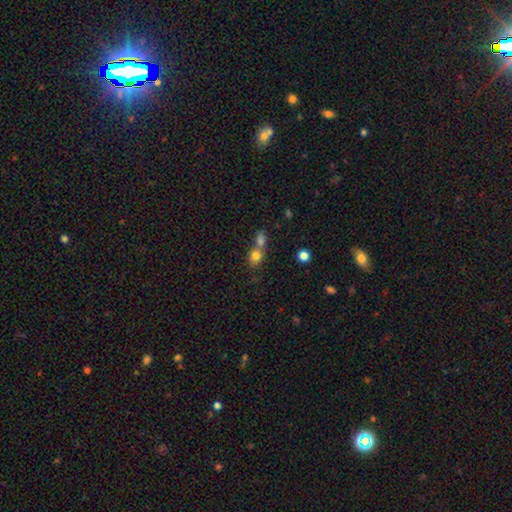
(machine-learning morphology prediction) Smooth or featured? Predicted: smooth (p=0.78). How rounded? Predicted: round (p=0.65). Merging? Predicted: merger (p=0.56).